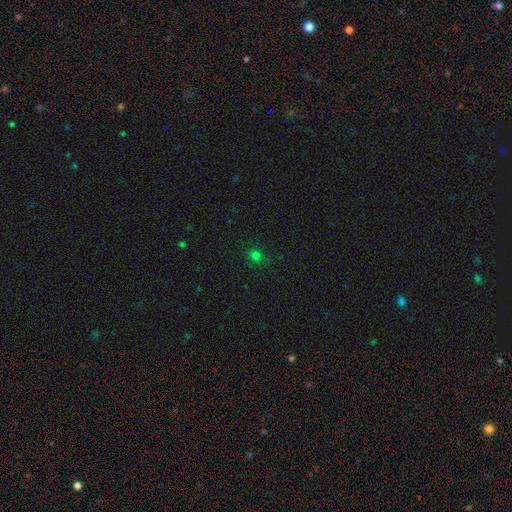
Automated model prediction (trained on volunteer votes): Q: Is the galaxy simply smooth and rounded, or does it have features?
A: smooth — 68%.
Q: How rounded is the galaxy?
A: round — 84%.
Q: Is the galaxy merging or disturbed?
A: none — 81%.